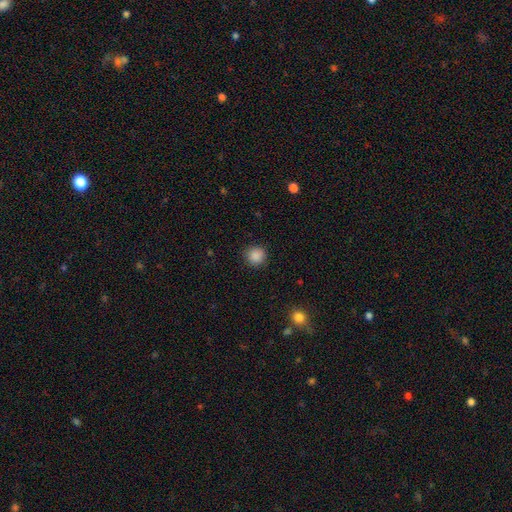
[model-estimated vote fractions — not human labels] smooth 87%, star or artifact 10%, featured or disk 3%. Down the decision tree: how rounded — round (92%); merging — none (88%).